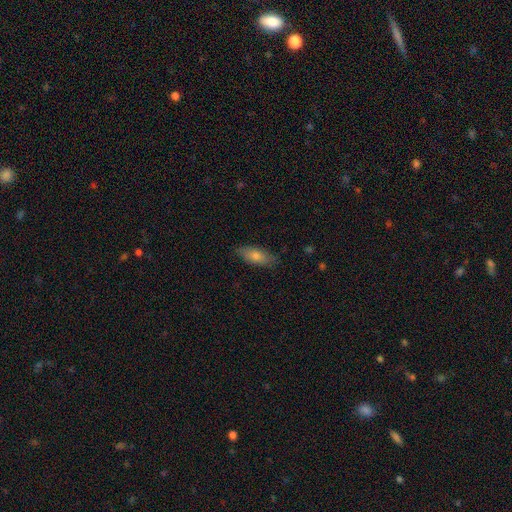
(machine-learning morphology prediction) This is likely a smooth galaxy (69%). How rounded: likely in between (66%). Merging: clearly none (84%).